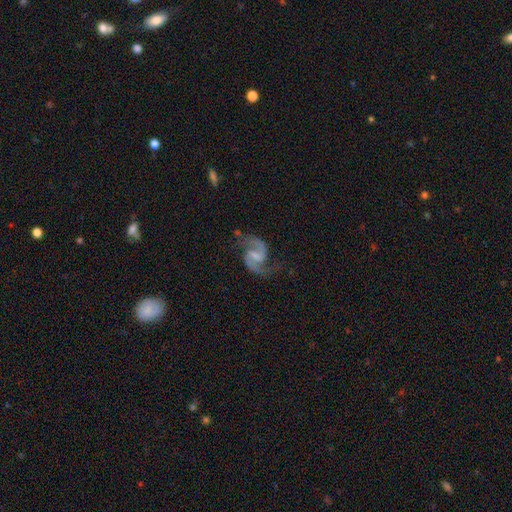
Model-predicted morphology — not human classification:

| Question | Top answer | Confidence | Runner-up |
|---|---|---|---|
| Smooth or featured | featured or disk | 92% | star or artifact (4%) |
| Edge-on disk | no | 98% | yes (2%) |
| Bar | weak | 56% | no (26%) |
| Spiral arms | yes | 98% | no (2%) |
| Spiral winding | medium | 56% | loose (34%) |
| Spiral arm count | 2 | 94% | can't tell (1%) |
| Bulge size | small | 37% | none (35%) |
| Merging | none | 76% | minor disturbance (15%) |